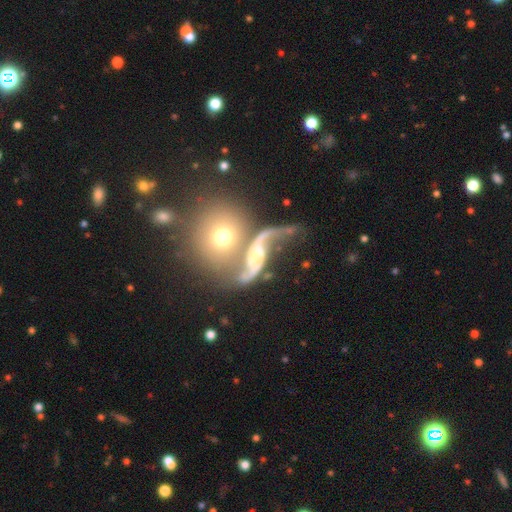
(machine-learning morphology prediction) A featured or disk galaxy (82%) with no bar (46%), 2 (91%) loose (87%) spiral arms (93%) and a small central bulge (35%).

Vote fractions:
- Smooth or featured? featured or disk: 82% / smooth: 11% / star or artifact: 7%
- Edge-on disk? no: 94% / yes: 6%
- Bar? no: 46% / weak: 36% / strong: 18%
- Spiral arms? yes: 93% / no: 7%
- Spiral winding? loose: 87% / medium: 10% / tight: 3%
- Spiral arm count? 2: 91% / 1: 5% / can't tell: 2% / 3: 1% / 4: 1% / more than 4: 1%
- Bulge size? small: 35% / moderate: 33% / none: 18% / large: 11% / dominant: 3%
- Merging? none: 35% / merger: 33% / major disturbance: 18% / minor disturbance: 14%